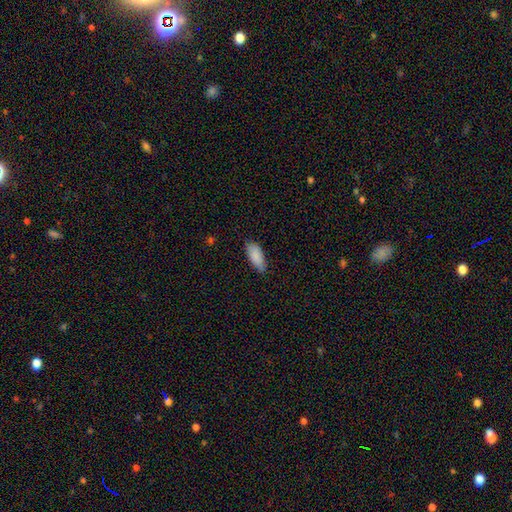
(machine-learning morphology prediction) This is clearly a smooth galaxy (88%). How rounded: clearly in between (83%). Merging: likely none (76%).